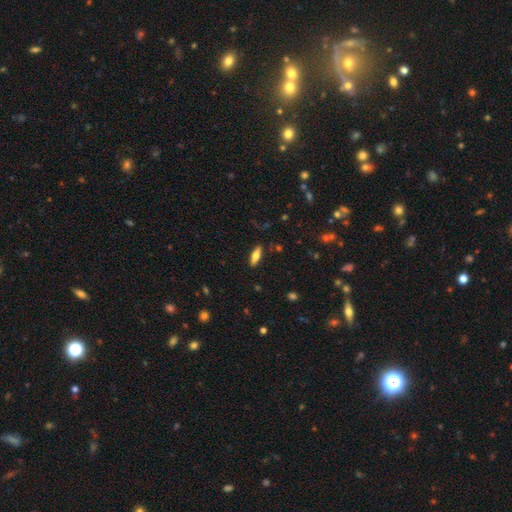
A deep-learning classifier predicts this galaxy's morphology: This is possibly a smooth galaxy (57%). How rounded: possibly in between (50%). Merging: clearly none (87%).